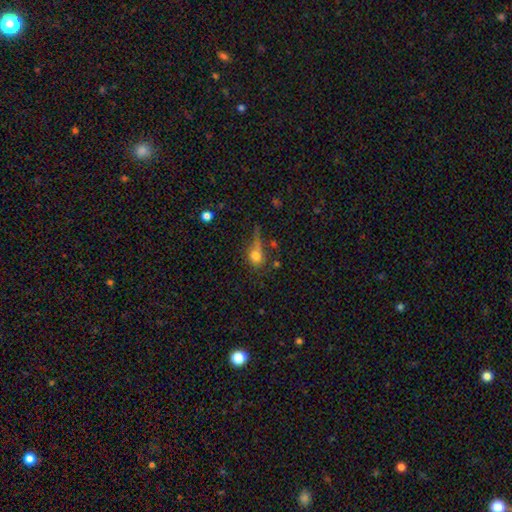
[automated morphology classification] Smooth or featured?
  - smooth: 70% *
  - featured or disk: 16%
  - star or artifact: 14%
How rounded?
  - round: 58% *
  - in between: 36%
  - cigar-shaped: 5%
Merging?
  - none: 35% *
  - major disturbance: 28%
  - minor disturbance: 23%
  - merger: 14%